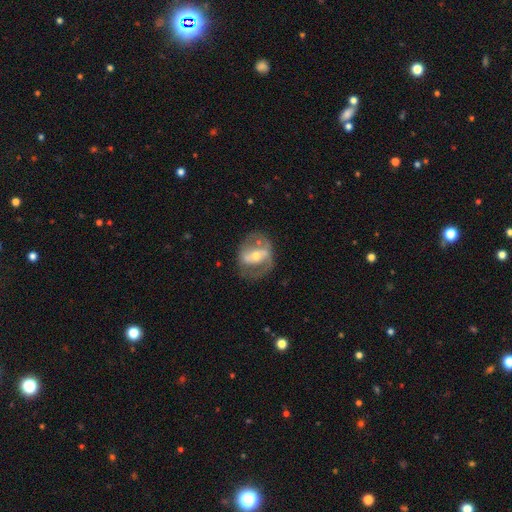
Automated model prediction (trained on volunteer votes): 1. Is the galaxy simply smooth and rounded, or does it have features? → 77% featured or disk, 17% smooth, 6% star or artifact.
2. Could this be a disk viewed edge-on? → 95% no, 5% yes.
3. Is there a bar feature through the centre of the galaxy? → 42% strong, 34% weak, 24% no.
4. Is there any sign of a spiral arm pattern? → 72% yes, 28% no.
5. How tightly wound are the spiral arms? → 47% medium, 28% loose, 25% tight.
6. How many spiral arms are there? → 77% 2, 13% can't tell, 6% 1, 2% 3, 1% 4, 1% more than 4.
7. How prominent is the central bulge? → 55% moderate, 39% small, 4% large, 1% none, 1% dominant.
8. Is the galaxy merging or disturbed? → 62% none, 19% minor disturbance, 15% major disturbance, 3% merger.